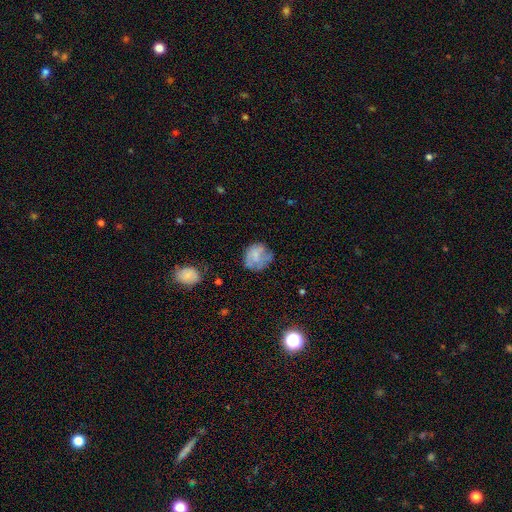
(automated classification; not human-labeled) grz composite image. It shows a smooth galaxy with no disk features (54%) that is round (72%). Merging: none (55%).